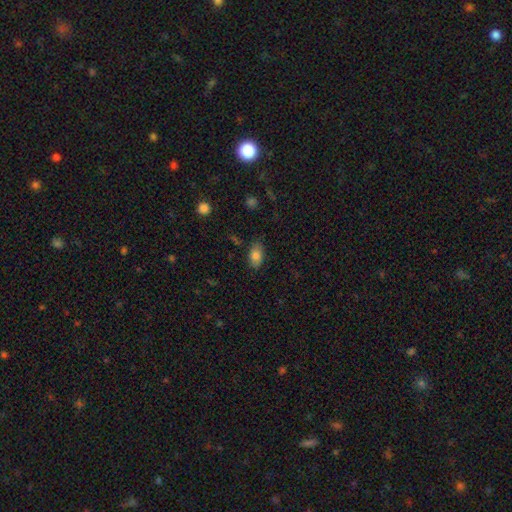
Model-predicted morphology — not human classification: smooth 80%, featured or disk 11%, star or artifact 9%. Down the decision tree: how rounded — in between (90%); merging — none (80%).